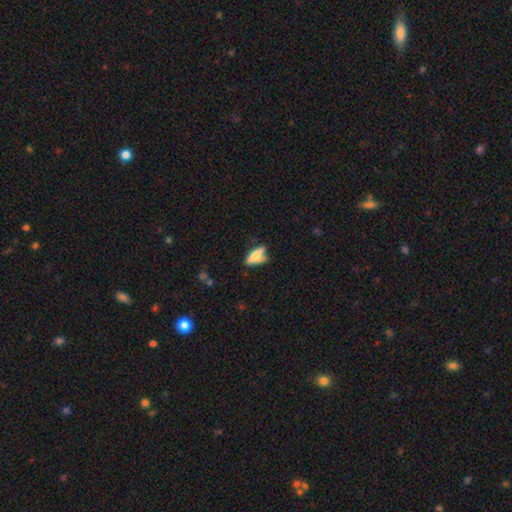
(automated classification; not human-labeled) smooth 61%, featured or disk 30%, star or artifact 9%. Down the decision tree: how rounded — in between (56%); merging — none (44%).